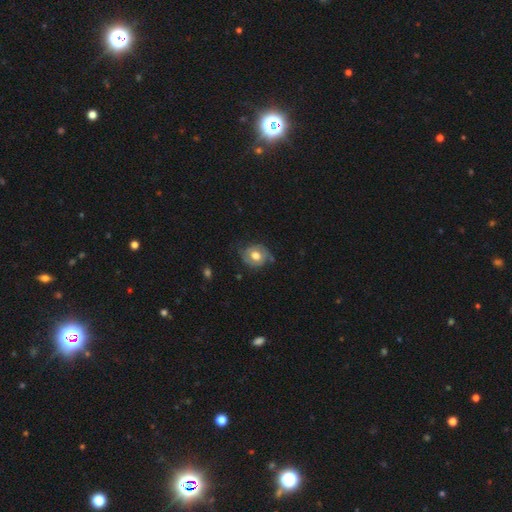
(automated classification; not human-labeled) smooth-or-featured: smooth: 49% | featured or disk: 43% | star or artifact: 7%
  merging: none: 64% | minor disturbance: 25% | major disturbance: 9% | merger: 2%